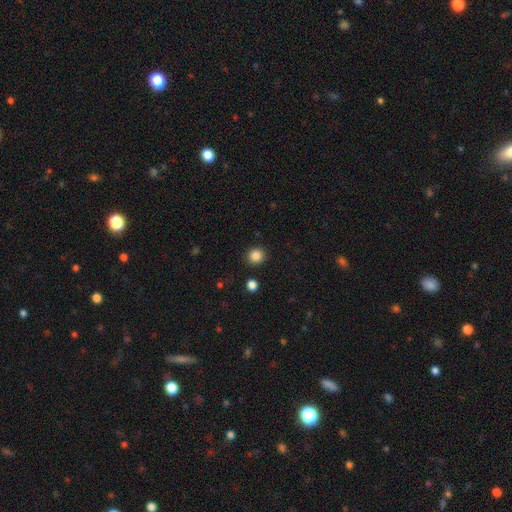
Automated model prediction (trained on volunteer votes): Overall: smooth (86%). How rounded: round (91%). Merging: none (90%).